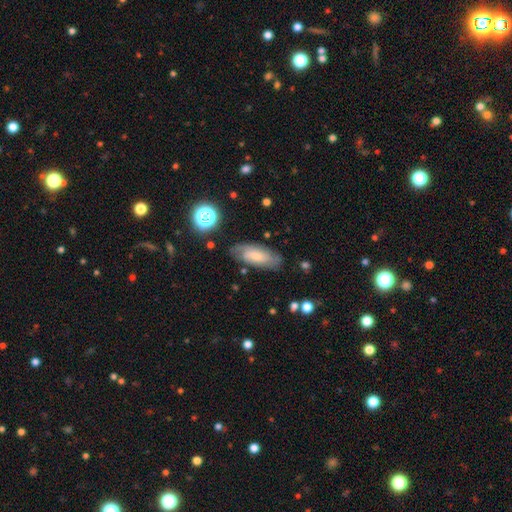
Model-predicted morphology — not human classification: This is possibly a smooth galaxy (50%). How rounded: likely in between (80%). Merging: likely none (74%).